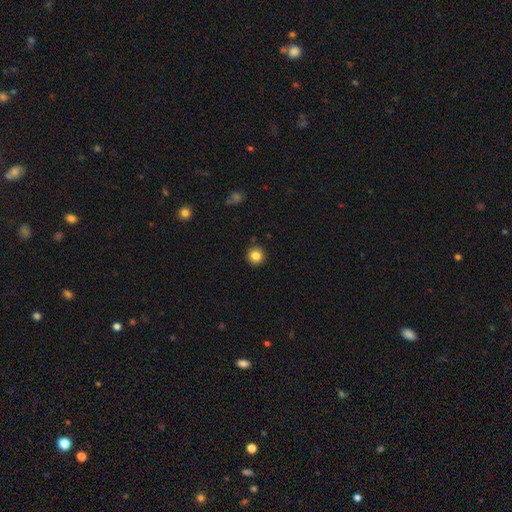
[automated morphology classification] Smooth or featured?
  - smooth: 84% *
  - star or artifact: 10%
  - featured or disk: 6%
How rounded?
  - round: 94% *
  - in between: 5%
  - cigar-shaped: 1%
Merging?
  - none: 91% *
  - minor disturbance: 6%
  - major disturbance: 2%
  - merger: 1%